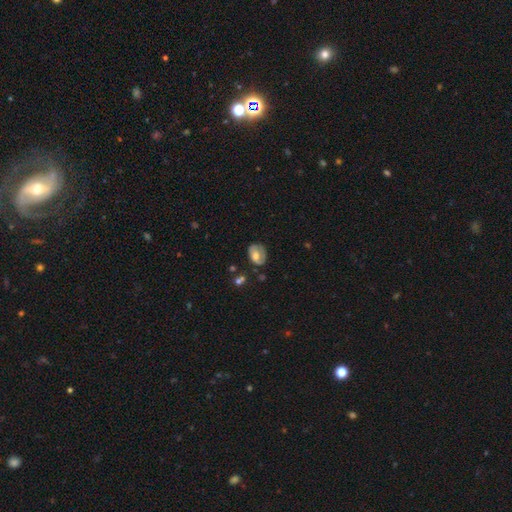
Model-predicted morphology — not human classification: type=smooth (53%); roundness=in between (72%); merging=none (60%).